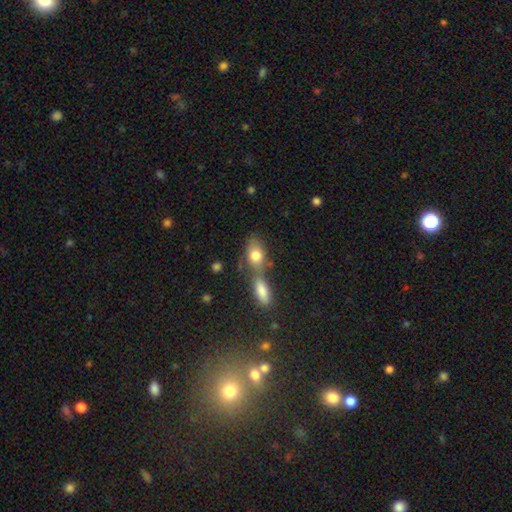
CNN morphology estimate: type=smooth (78%); roundness=in between (82%); merging=merger (46%).